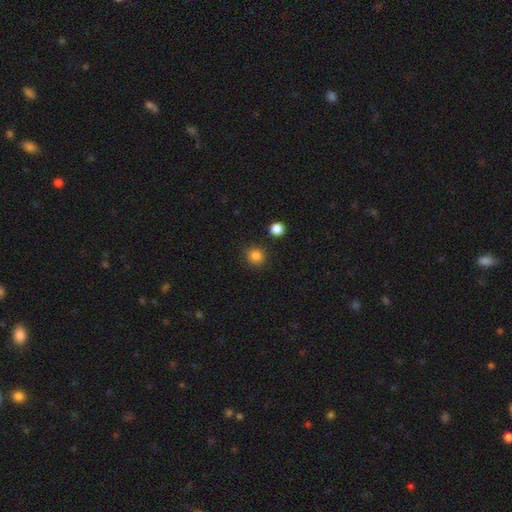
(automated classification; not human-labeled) Overall: smooth (84%). How rounded: round (91%). Merging: none (89%).